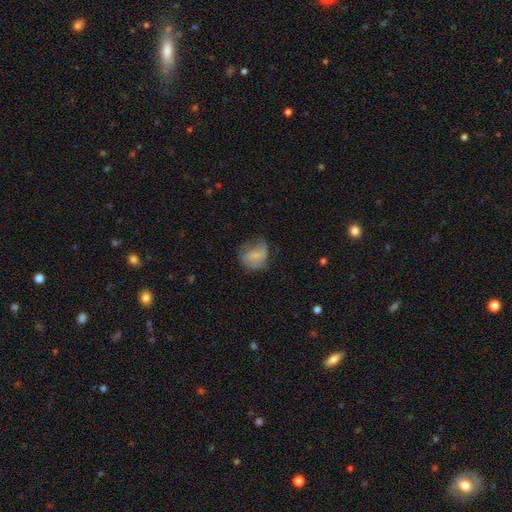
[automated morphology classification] This is likely a smooth galaxy (61%). How rounded: possibly round (57%). Merging: marginally none (41%).